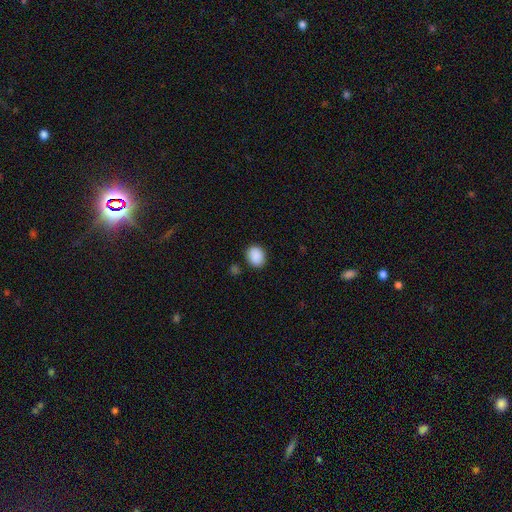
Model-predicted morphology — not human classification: Smooth or featured? Predicted: smooth (p=0.89). How rounded? Predicted: round (p=0.51). Merging? Predicted: none (p=0.85).